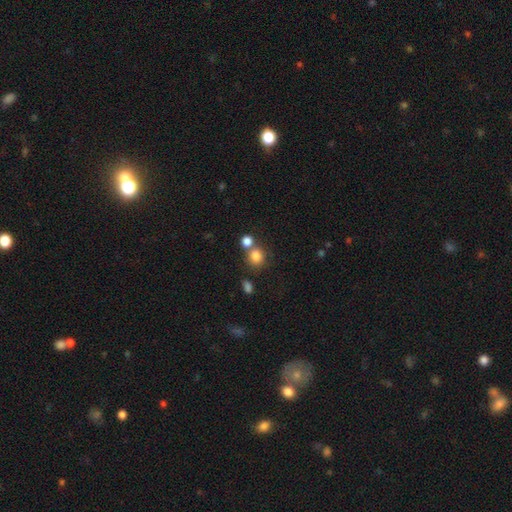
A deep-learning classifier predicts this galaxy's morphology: type=smooth (81%); roundness=round (80%); merging=none (60%).